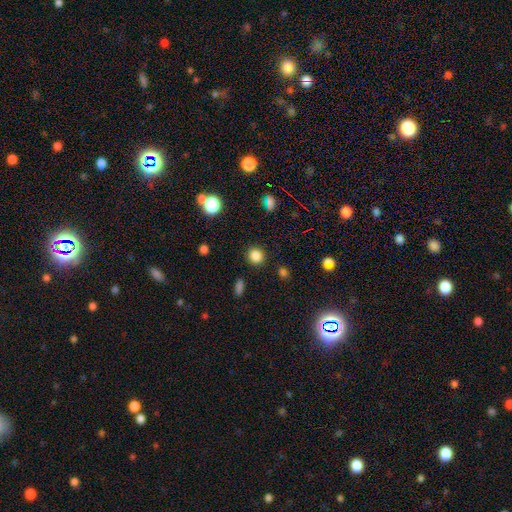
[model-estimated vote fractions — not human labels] smooth-or-featured: smooth: 83% | star or artifact: 13% | featured or disk: 4%
  how-rounded: round: 90% | in between: 9% | cigar-shaped: 1%
  merging: none: 90% | minor disturbance: 6% | major disturbance: 2% | merger: 2%